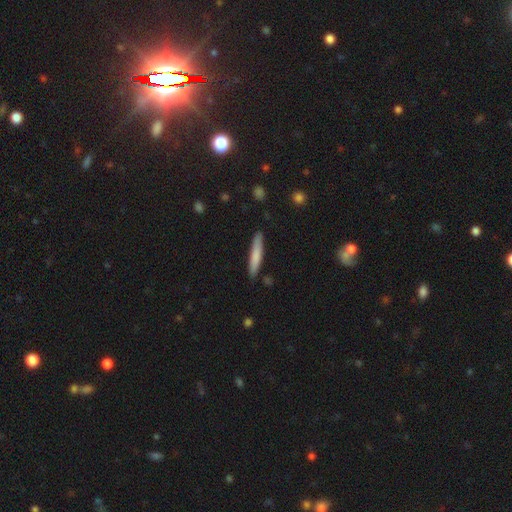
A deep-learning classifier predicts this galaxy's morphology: Smooth or featured? Predicted: smooth (p=0.76). How rounded? Predicted: cigar-shaped (p=0.93). Merging? Predicted: none (p=0.87).